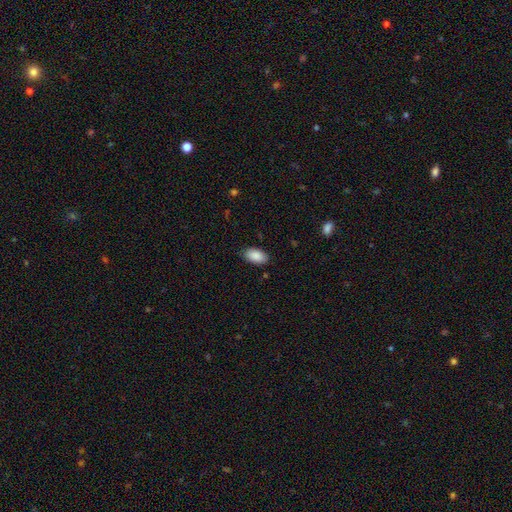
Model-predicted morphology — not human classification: smooth 90%, star or artifact 6%, featured or disk 4%. Down the decision tree: how rounded — in between (95%); merging — none (86%).